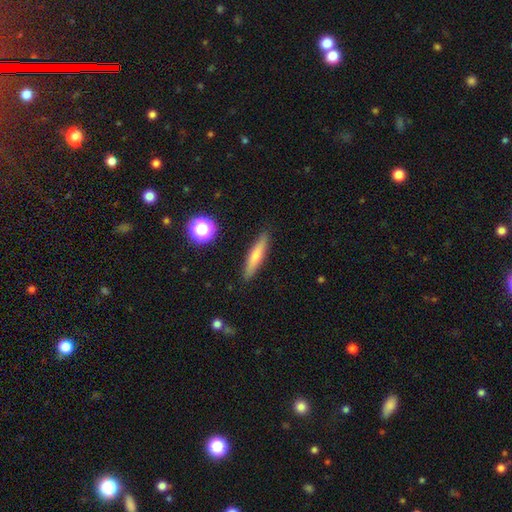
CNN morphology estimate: A smooth galaxy with no disk features (64%) that is cigar-shaped (84%). Merging: none (88%).